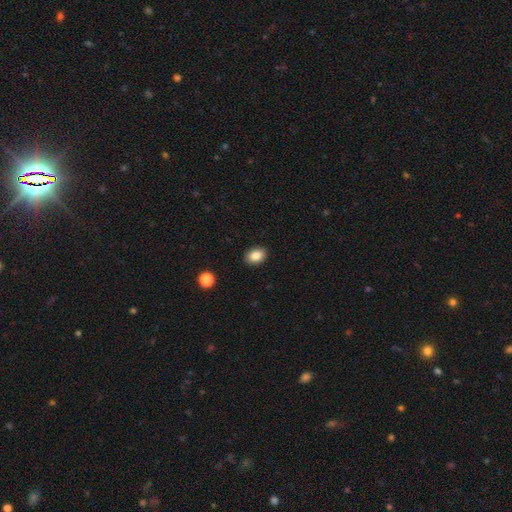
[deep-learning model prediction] Smooth or featured?
  - smooth: 86% *
  - star or artifact: 9%
  - featured or disk: 5%
How rounded?
  - in between: 74% *
  - round: 25%
  - cigar-shaped: 1%
Merging?
  - none: 90% *
  - minor disturbance: 7%
  - major disturbance: 2%
  - merger: 1%